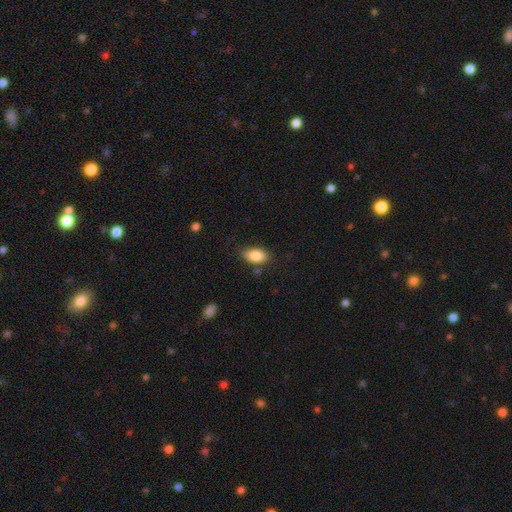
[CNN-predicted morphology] Smooth or featured? Predicted: smooth (p=0.86). How rounded? Predicted: in between (p=0.91). Merging? Predicted: none (p=0.81).